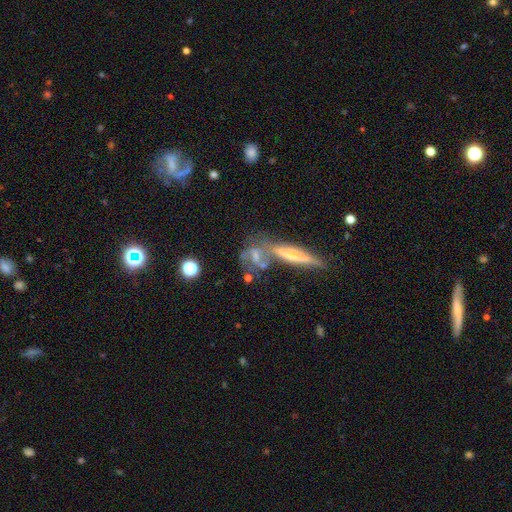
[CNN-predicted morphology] featured or disk 59%, smooth 30%, star or artifact 11%. Down the decision tree: edge-on disk — no (66%); merging — none (38%).